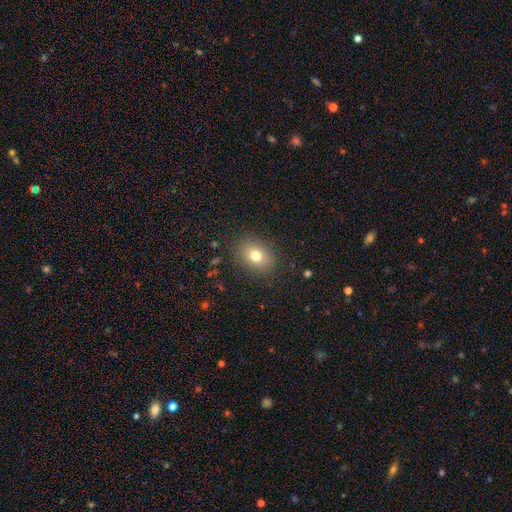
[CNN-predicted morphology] smooth-or-featured: smooth: 75% | featured or disk: 13% | star or artifact: 12%
  how-rounded: in between: 61% | round: 38% | cigar-shaped: 1%
  merging: none: 86% | minor disturbance: 10% | major disturbance: 4% | merger: 1%